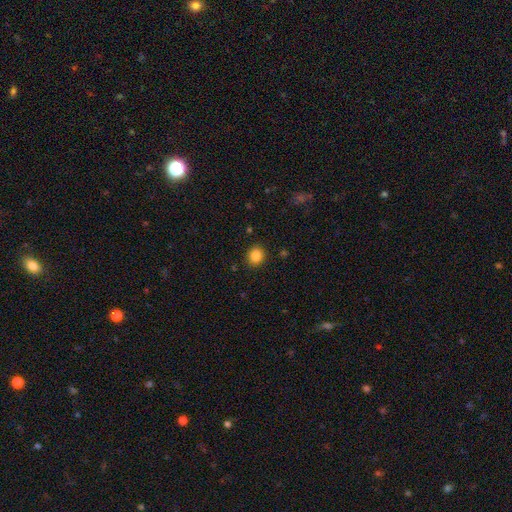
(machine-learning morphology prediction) Smooth or featured? smooth (85%)
How rounded? round (78%)
Merging? none (90%)